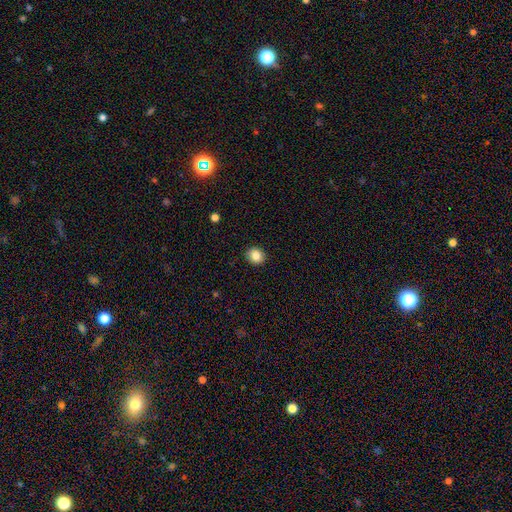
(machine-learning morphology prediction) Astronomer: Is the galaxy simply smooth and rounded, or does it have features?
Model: smooth — 85%.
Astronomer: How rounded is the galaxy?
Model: round — 80%.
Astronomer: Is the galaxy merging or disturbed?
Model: none — 92%.